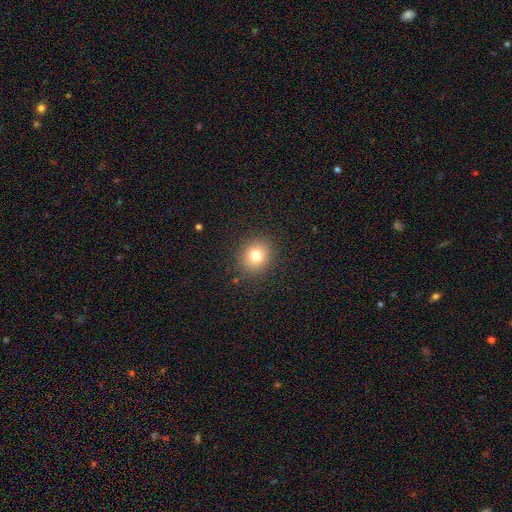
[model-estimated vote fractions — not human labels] Smooth or featured?
  - smooth: 77% *
  - star or artifact: 14%
  - featured or disk: 9%
How rounded?
  - round: 76% *
  - in between: 23%
  - cigar-shaped: 1%
Merging?
  - none: 89% *
  - minor disturbance: 7%
  - major disturbance: 3%
  - merger: 1%